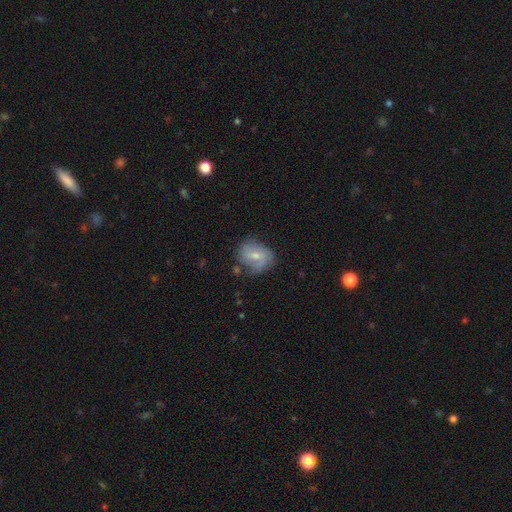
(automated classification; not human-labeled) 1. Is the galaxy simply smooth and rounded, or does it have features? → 50% featured or disk, 43% smooth, 8% star or artifact.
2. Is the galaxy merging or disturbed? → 54% none, 29% minor disturbance, 13% major disturbance, 4% merger.